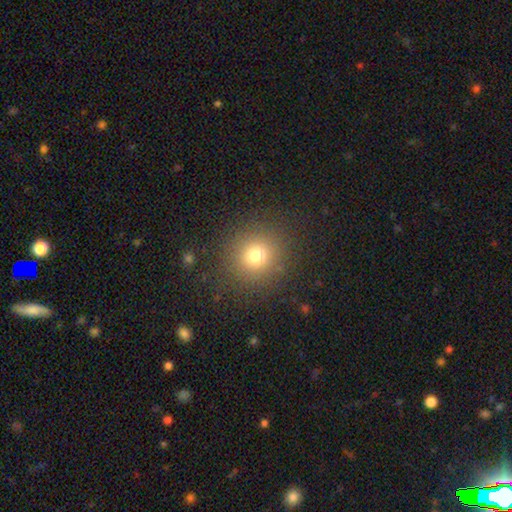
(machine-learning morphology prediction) smooth_or_featured: smooth (p=0.73) [alt: star or artifact p=0.17]
how_rounded: round (p=0.92) [alt: in between p=0.07]
merging: none (p=0.88) [alt: minor disturbance p=0.07]